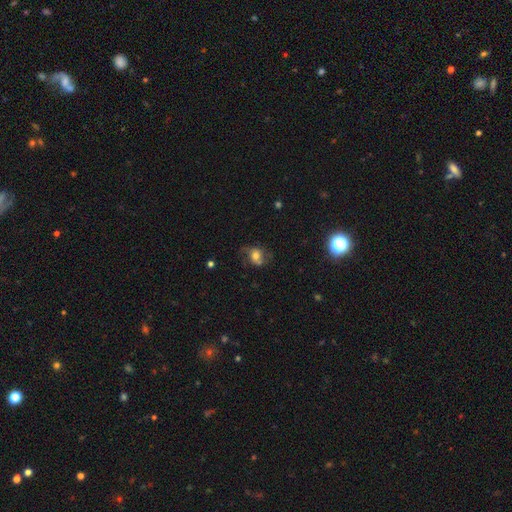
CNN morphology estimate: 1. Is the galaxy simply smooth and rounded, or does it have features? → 47% smooth, 41% featured or disk, 12% star or artifact.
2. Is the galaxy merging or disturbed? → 53% none, 24% minor disturbance, 19% major disturbance, 4% merger.